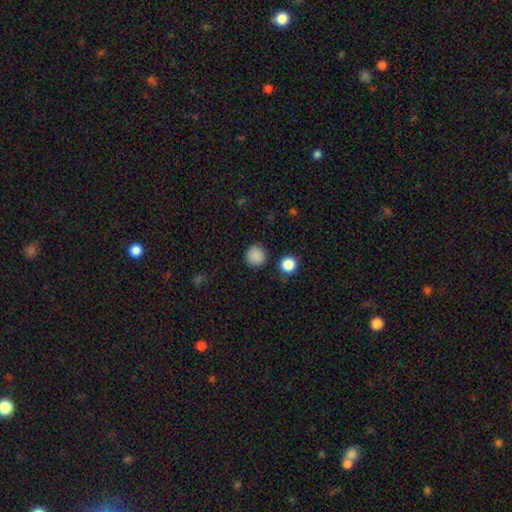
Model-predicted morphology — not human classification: A smooth galaxy with no disk features (86%) that is round (92%). Merging: none (87%).